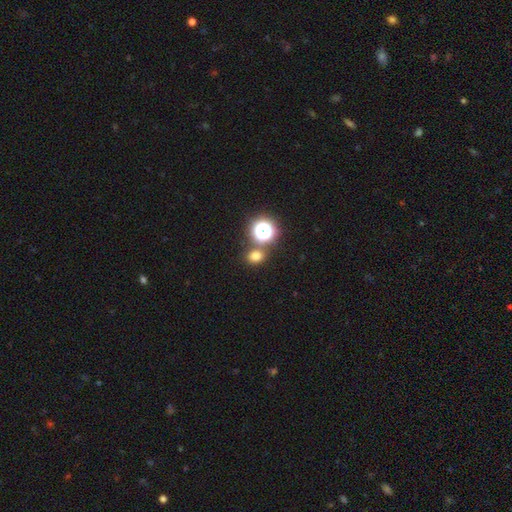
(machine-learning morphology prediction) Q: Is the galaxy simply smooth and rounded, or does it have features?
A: smooth — 71%.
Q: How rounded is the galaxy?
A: round — 63%.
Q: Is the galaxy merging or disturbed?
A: none — 75%.